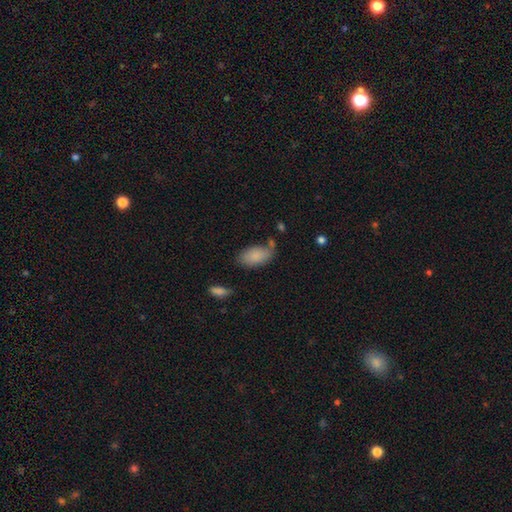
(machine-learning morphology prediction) Smooth or featured? smooth (85%)
How rounded? in between (95%)
Merging? none (60%)